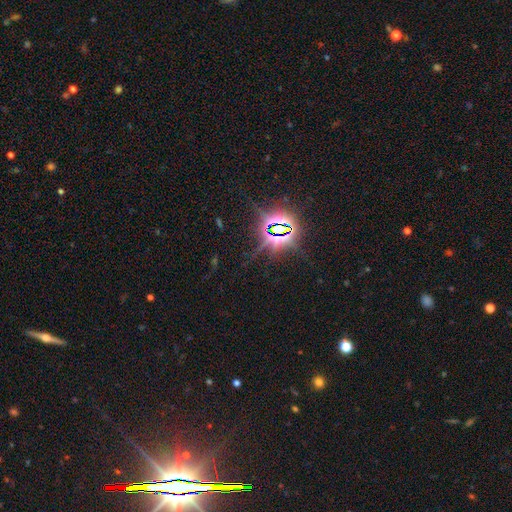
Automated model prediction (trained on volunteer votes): The model was most divided on "smooth or featured": star or artifact: 85%, smooth: 8%, featured or disk: 7%.